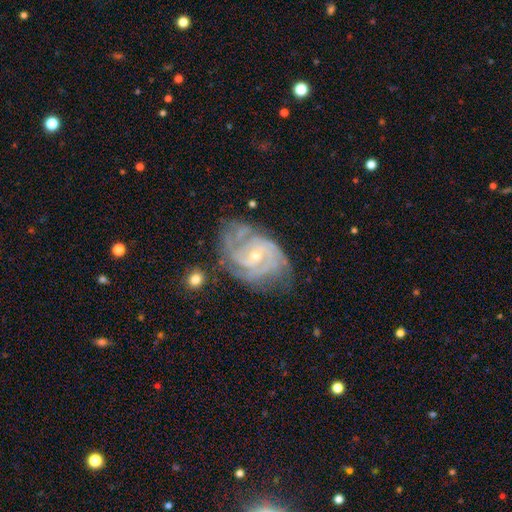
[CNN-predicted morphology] smooth_or_featured: featured or disk (p=0.90) [alt: star or artifact p=0.06]
disk_edge_on: no (p=0.97) [alt: yes p=0.03]
bar: no (p=0.60) [alt: weak p=0.32]
has_spiral_arms: yes (p=0.97) [alt: no p=0.03]
spiral_winding: tight (p=0.63) [alt: medium p=0.32]
spiral_arm_count: 3 (p=0.28) [alt: 4 p=0.22]
bulge_size: small (p=0.70) [alt: moderate p=0.27]
merging: none (p=0.63) [alt: minor disturbance p=0.23]